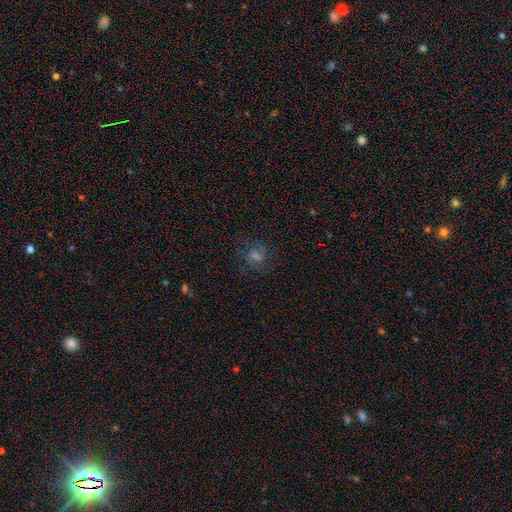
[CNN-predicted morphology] Smooth or featured? Predicted: featured or disk (p=0.46). Merging? Predicted: none (p=0.76).